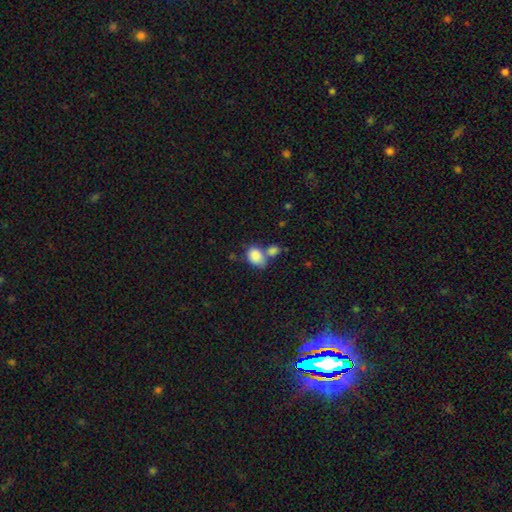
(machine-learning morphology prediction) This is clearly a smooth galaxy (85%). How rounded: likely in between (77%). Merging: marginally merger (45%).